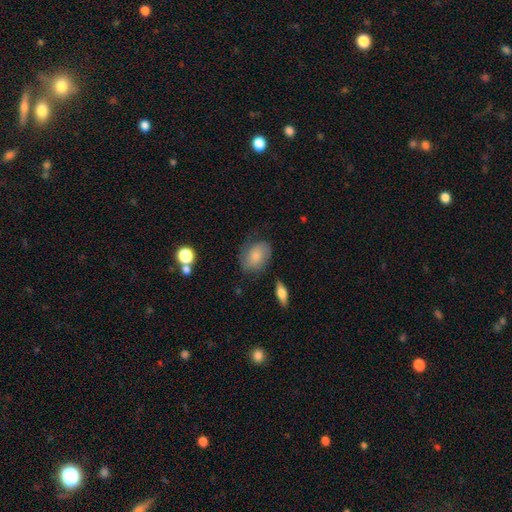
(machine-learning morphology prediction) The model was most divided on "how rounded": in between: 70%, round: 28%, cigar-shaped: 2%. More confident: merging — none (69%); smooth or featured — smooth (68%).